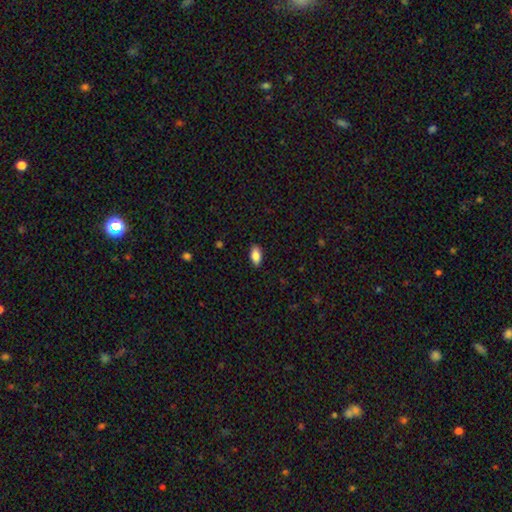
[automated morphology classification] A smooth galaxy with no disk features (87%) that is in between round and cigar-shaped (92%). Merging: none (88%).